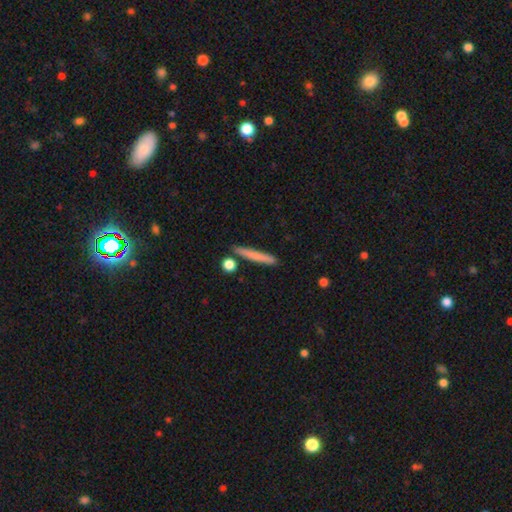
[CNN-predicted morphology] Q: Smooth or featured?
A: smooth (74%); runner-up: featured or disk (20%)
Q: How rounded?
A: cigar-shaped (94%); runner-up: in between (4%)
Q: Merging?
A: none (84%); runner-up: minor disturbance (9%)